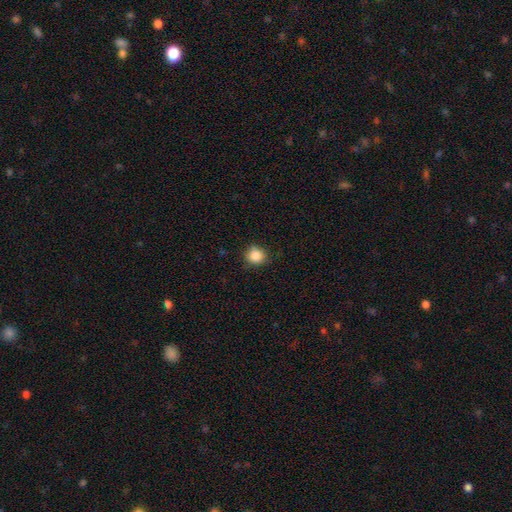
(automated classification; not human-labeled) The model was most divided on "merging": none: 82%, minor disturbance: 14%, major disturbance: 3%, merger: 1%. More confident: how rounded — round (88%); smooth or featured — smooth (86%).